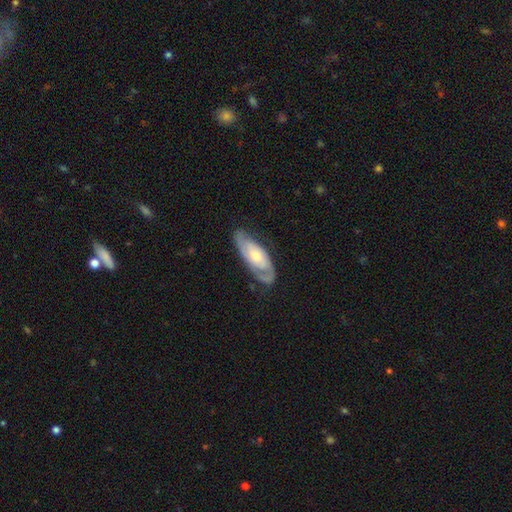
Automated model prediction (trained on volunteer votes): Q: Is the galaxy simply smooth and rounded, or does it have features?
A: featured or disk — 73%.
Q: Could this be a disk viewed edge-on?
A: no — 88%.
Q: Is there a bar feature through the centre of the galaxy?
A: no — 69%.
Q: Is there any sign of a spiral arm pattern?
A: yes — 86%.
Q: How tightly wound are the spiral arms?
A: tight — 55%.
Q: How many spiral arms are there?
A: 2 — 63%.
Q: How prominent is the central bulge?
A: moderate — 51%.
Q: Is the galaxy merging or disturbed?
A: none — 71%.